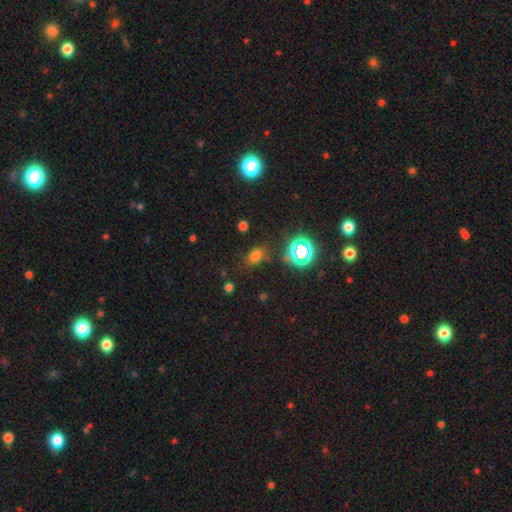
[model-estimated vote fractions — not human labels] Q: Smooth or featured?
A: smooth (63%); runner-up: star or artifact (29%)
Q: How rounded?
A: in between (75%); runner-up: round (22%)
Q: Merging?
A: none (75%); runner-up: minor disturbance (16%)